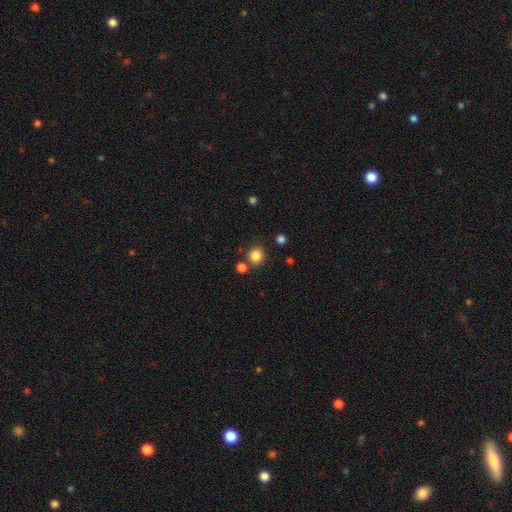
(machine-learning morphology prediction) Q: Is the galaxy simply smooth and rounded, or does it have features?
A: smooth — 84%.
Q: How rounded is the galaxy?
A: round — 81%.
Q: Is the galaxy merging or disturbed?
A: none — 78%.